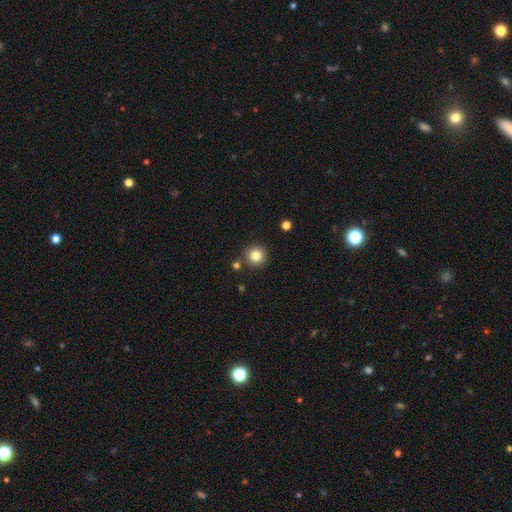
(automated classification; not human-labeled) The model was most divided on "smooth or featured": smooth: 83%, star or artifact: 11%, featured or disk: 6%. More confident: how rounded — round (95%); merging — none (85%).